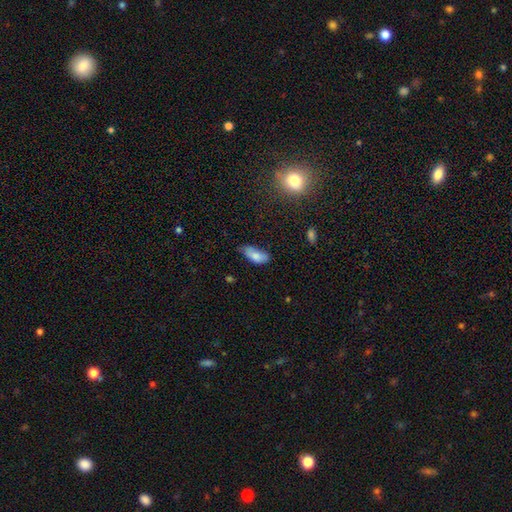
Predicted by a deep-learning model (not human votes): smooth_or_featured: smooth (p=0.77) [alt: featured or disk p=0.15]
how_rounded: in between (p=0.87) [alt: cigar-shaped p=0.10]
merging: none (p=0.44) [alt: minor disturbance p=0.41]